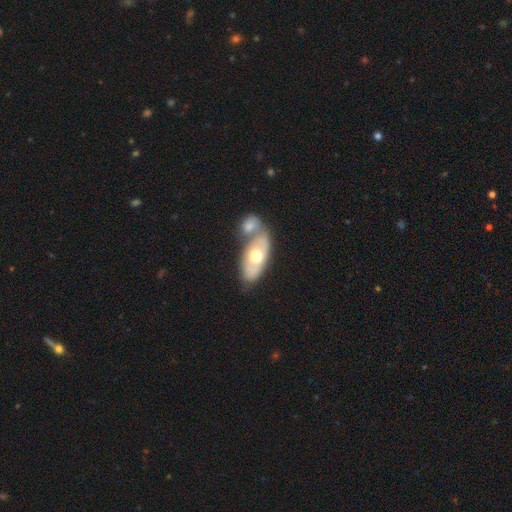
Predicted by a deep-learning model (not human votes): A featured or disk galaxy (48%).

Vote fractions:
- Smooth or featured? featured or disk: 48% / smooth: 47% / star or artifact: 5%
- Merging? merger: 46% / none: 37% / minor disturbance: 12% / major disturbance: 5%